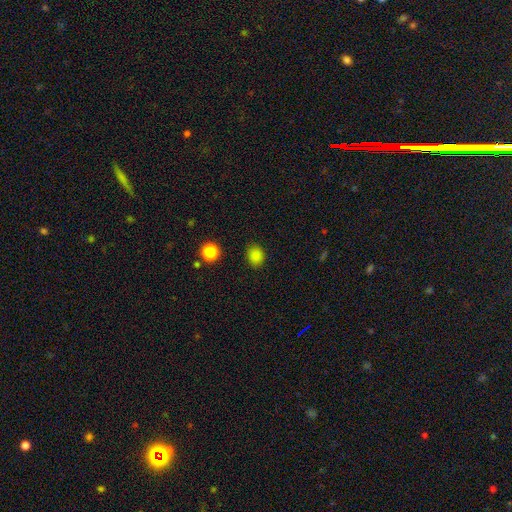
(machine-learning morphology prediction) Smooth or featured? Predicted: smooth (p=0.83). How rounded? Predicted: round (p=0.58). Merging? Predicted: none (p=0.87).